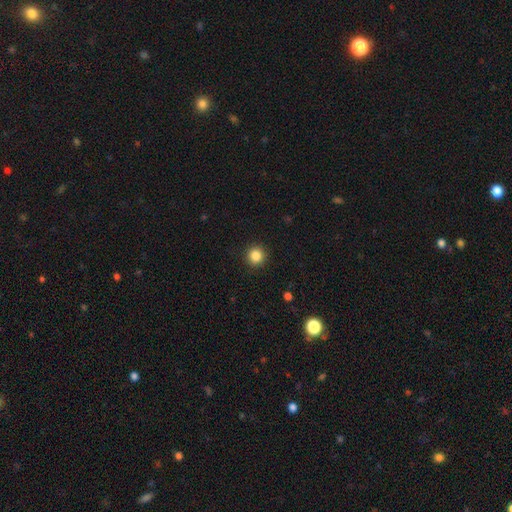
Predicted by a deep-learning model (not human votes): smooth_or_featured: smooth (p=0.85) [alt: star or artifact p=0.11]
how_rounded: round (p=0.95) [alt: in between p=0.04]
merging: none (p=0.92) [alt: minor disturbance p=0.05]